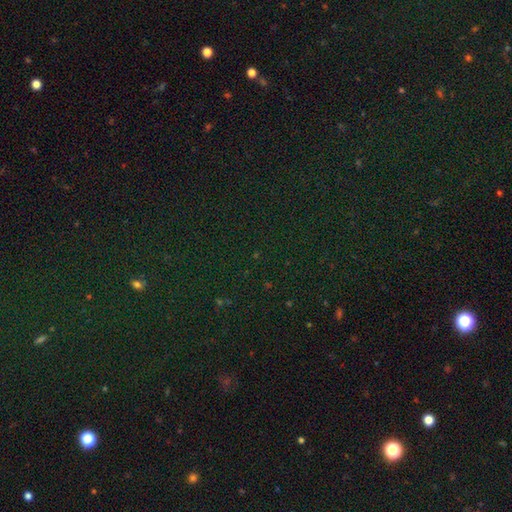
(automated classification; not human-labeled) A star or artifact, not a galaxy (79%).